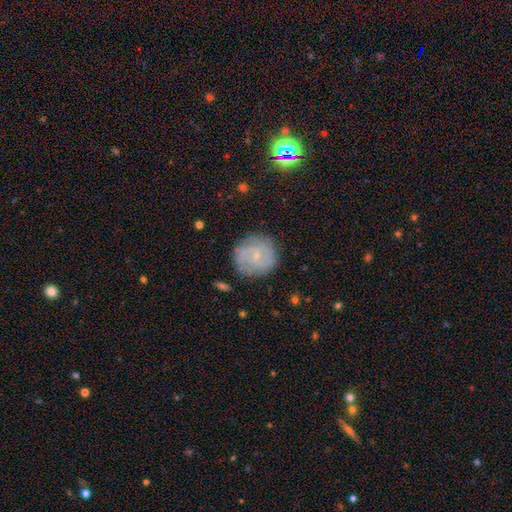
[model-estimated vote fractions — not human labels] This appears to be a featured or disk galaxy (62%) with no bar (68%), spiral arms (81%) and a small central bulge (80%). Merging: none (78%).